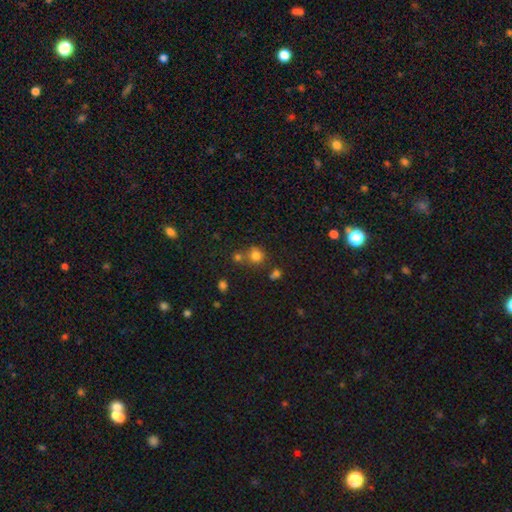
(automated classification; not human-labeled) Smooth or featured: smooth — 77% (star or artifact — 16%)
How rounded: round — 85% (in between — 14%)
Merging: none — 59% (merger — 25%)